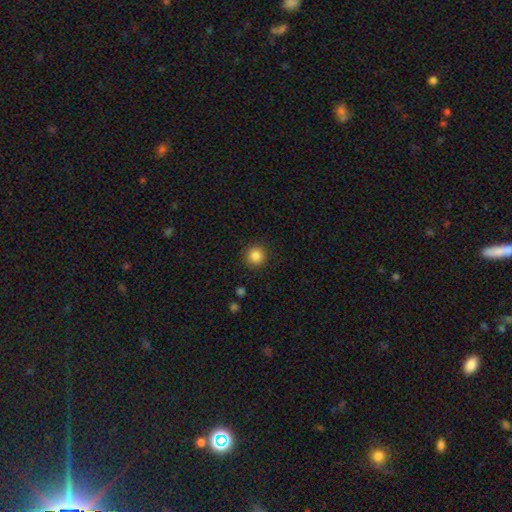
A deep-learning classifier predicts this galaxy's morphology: type=smooth (86%); roundness=round (94%); merging=none (91%).